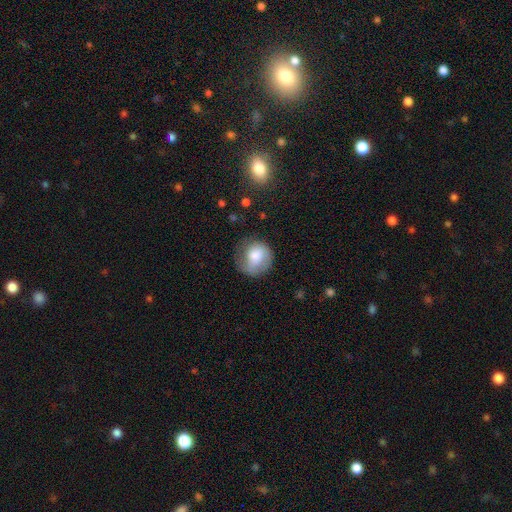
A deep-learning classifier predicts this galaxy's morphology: Smooth or featured: smooth — 71% (featured or disk — 21%)
How rounded: round — 85% (in between — 14%)
Merging: none — 58% (minor disturbance — 25%)